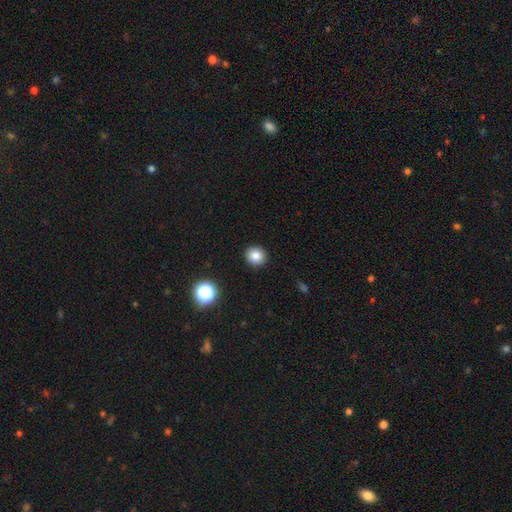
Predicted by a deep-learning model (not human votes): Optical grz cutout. It shows a smooth galaxy with no disk features (84%) that is round (86%). Merging: none (92%).